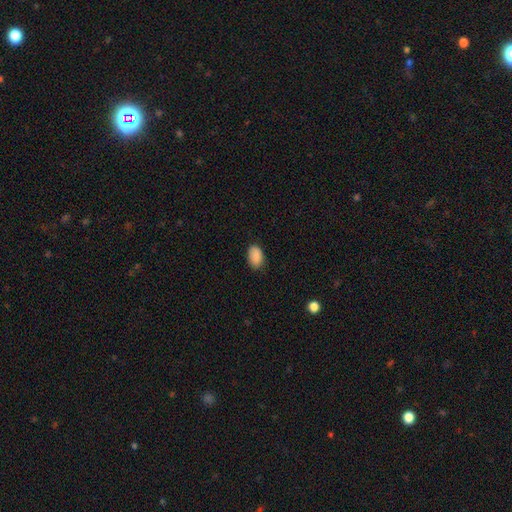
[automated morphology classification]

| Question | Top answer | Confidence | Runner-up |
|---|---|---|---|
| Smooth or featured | smooth | 90% | star or artifact (7%) |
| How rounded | in between | 90% | round (9%) |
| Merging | none | 85% | minor disturbance (12%) |